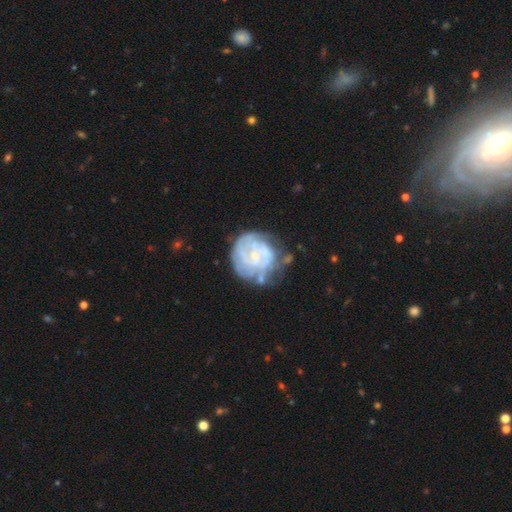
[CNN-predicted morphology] Smooth or featured? featured or disk (72%)
Edge-on disk? no (98%)
Bar? no (67%)
Spiral arms? yes (70%)
Bulge size? small (59%)
Merging? none (52%)